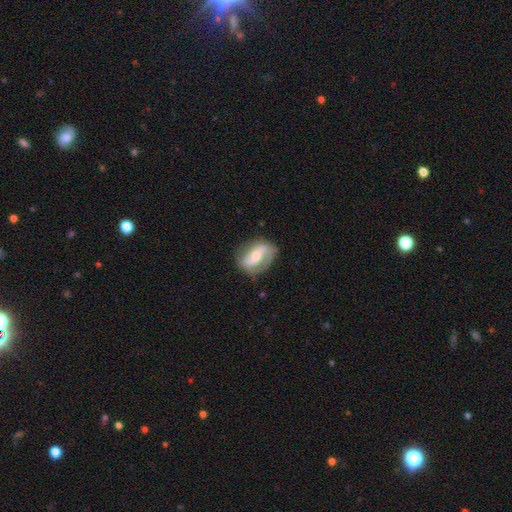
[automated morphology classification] Smooth or featured? Predicted: featured or disk (p=0.71). Edge-on disk? Predicted: no (p=0.96). Bar? Predicted: weak (p=0.36). Spiral arms? Predicted: yes (p=0.84). Spiral winding? Predicted: medium (p=0.42). Spiral arm count? Predicted: 2 (p=0.80). Bulge size? Predicted: moderate (p=0.59). Merging? Predicted: none (p=0.72).